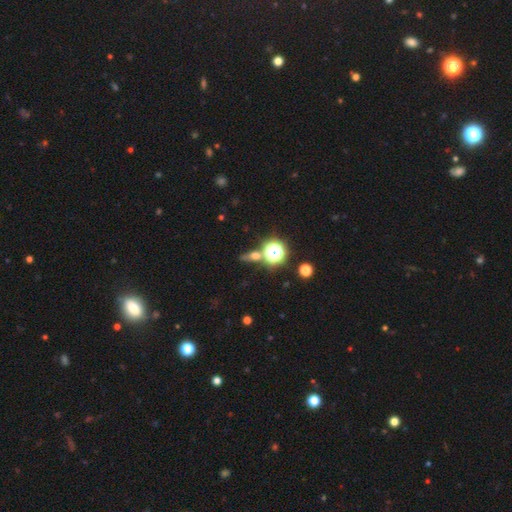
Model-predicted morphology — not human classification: Q: Smooth or featured?
A: smooth (45%); runner-up: star or artifact (35%)
Q: Merging?
A: none (64%); runner-up: merger (17%)